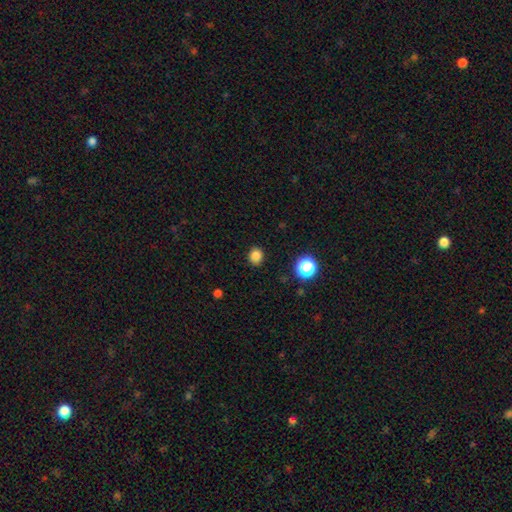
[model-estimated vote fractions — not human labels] This is clearly a smooth galaxy (83%). How rounded: likely round (72%). Merging: clearly none (89%).